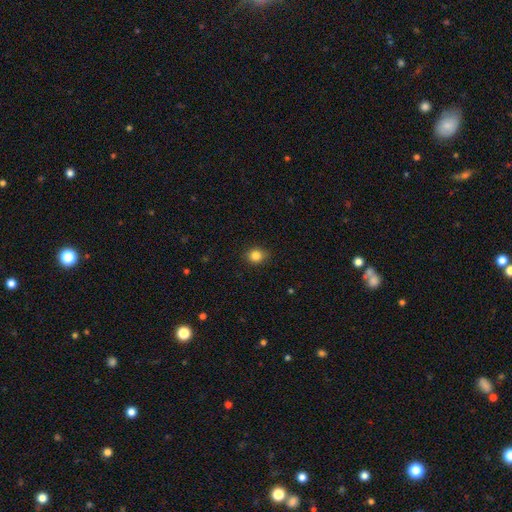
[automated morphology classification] Overall: smooth (84%). How rounded: round (71%). Merging: none (87%).